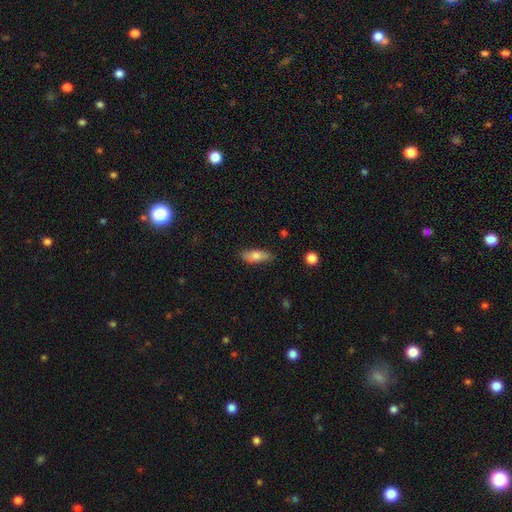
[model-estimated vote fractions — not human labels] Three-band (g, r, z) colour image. It shows a smooth galaxy with no disk features (73%) that is in between round and cigar-shaped (71%). Merging: none (77%).